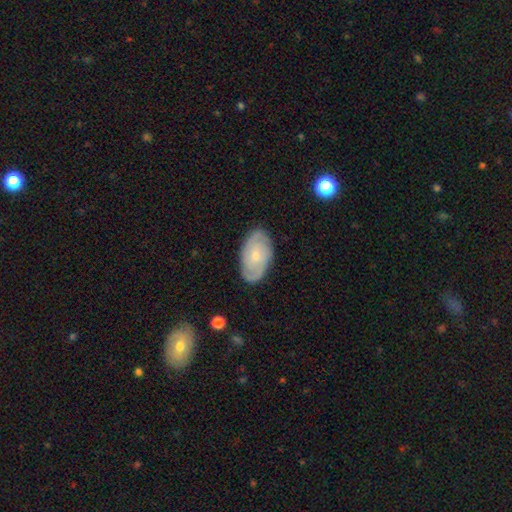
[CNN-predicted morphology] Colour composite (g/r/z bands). It shows a featured or disk galaxy (65%) with no bar (68%), 2 (46%) tight (56%) spiral arms (89%) and a small central bulge (58%). Merging: none (81%).